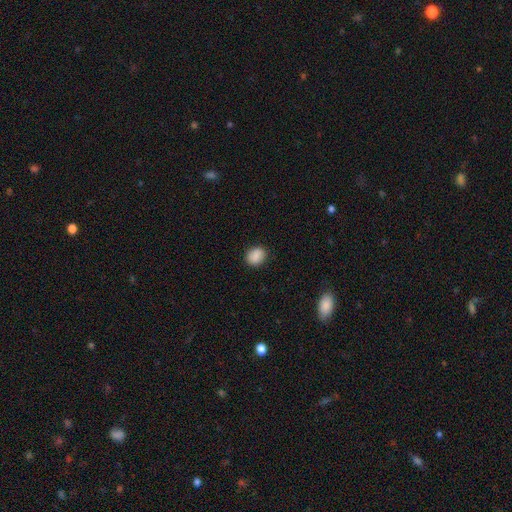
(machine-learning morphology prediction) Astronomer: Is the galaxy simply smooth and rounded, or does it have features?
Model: smooth — 86%.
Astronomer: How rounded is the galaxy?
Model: round — 64%.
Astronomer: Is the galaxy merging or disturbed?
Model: none — 86%.